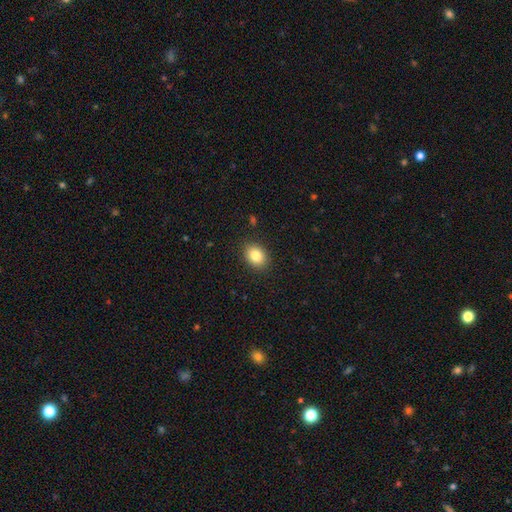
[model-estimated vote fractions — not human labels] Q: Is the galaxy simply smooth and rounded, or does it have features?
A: smooth — 83%.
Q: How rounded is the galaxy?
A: in between — 65%.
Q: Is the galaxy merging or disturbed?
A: none — 89%.